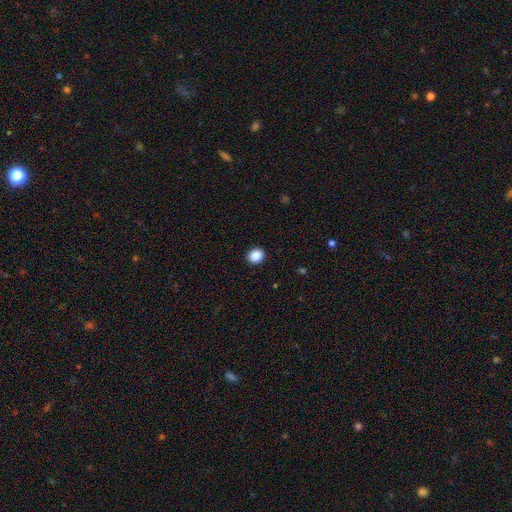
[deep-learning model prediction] A smooth galaxy with no disk features (89%) that is round (67%).

Vote fractions:
- Smooth or featured? smooth: 89% / star or artifact: 9% / featured or disk: 2%
- How rounded? round: 67% / in between: 32% / cigar-shaped: 1%
- Merging? none: 91% / minor disturbance: 6% / major disturbance: 2% / merger: 1%